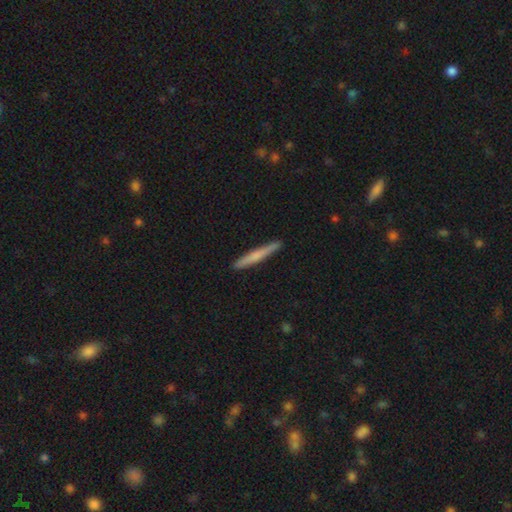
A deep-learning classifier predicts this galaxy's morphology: smooth_or_featured: smooth (p=0.60) [alt: featured or disk p=0.35]
how_rounded: cigar-shaped (p=0.96) [alt: in between p=0.03]
merging: none (p=0.91) [alt: minor disturbance p=0.07]